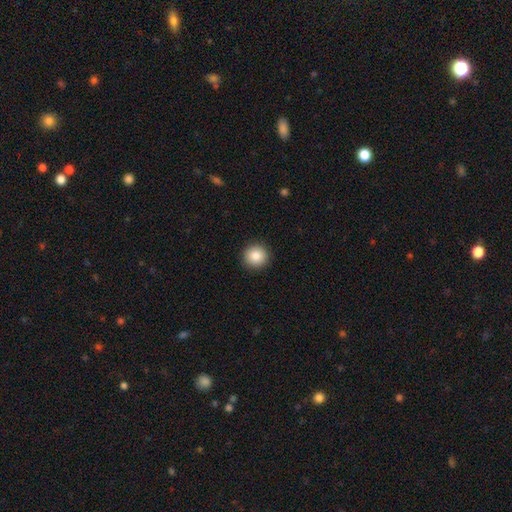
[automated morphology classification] The model was most divided on "smooth or featured": smooth: 86%, star or artifact: 9%, featured or disk: 5%. More confident: how rounded — round (94%); merging — none (92%).